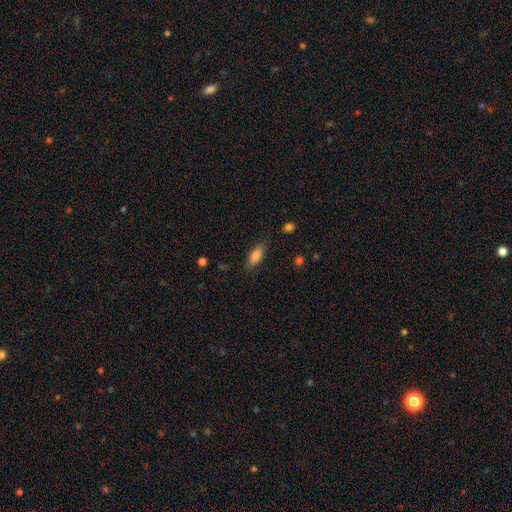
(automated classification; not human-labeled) This is clearly a smooth galaxy (80%). How rounded: likely in between (73%). Merging: clearly none (83%).